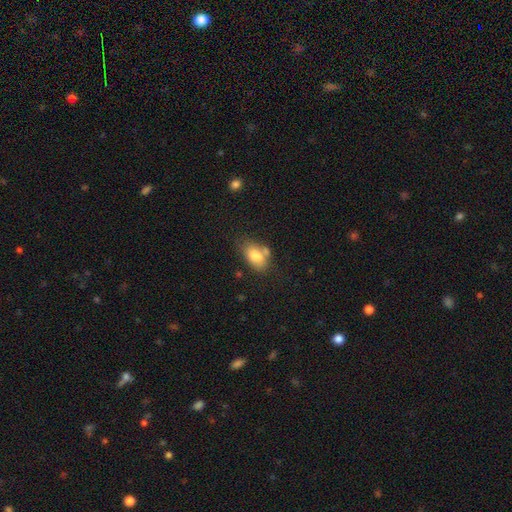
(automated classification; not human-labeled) smooth-or-featured: smooth: 81% | featured or disk: 11% | star or artifact: 8%
  how-rounded: in between: 89% | round: 9% | cigar-shaped: 2%
  merging: none: 51% | minor disturbance: 21% | merger: 21% | major disturbance: 7%